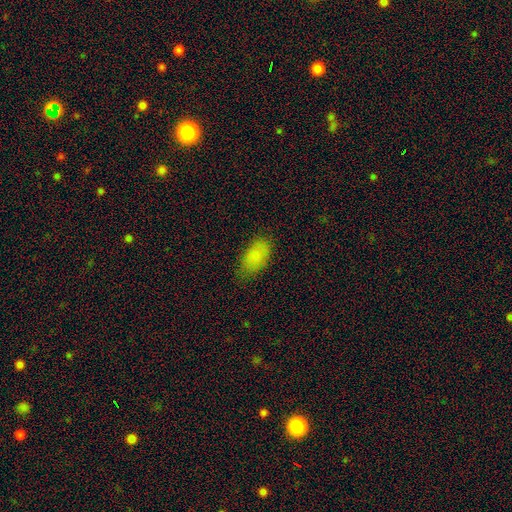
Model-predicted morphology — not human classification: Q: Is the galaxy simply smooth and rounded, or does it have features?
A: smooth — 84%.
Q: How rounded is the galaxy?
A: in between — 93%.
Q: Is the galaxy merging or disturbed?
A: none — 74%.